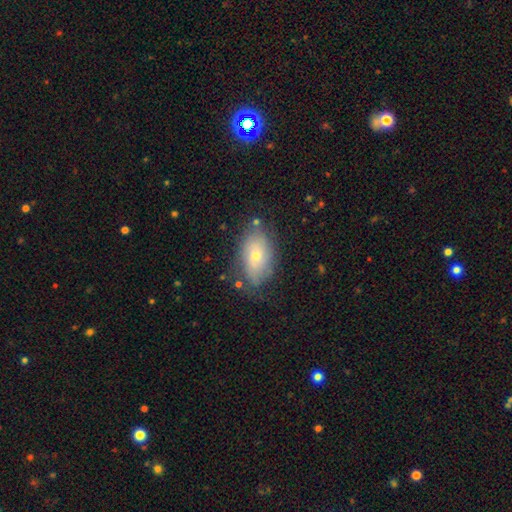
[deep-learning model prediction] smooth-or-featured: smooth: 59% | featured or disk: 32% | star or artifact: 9%
  how-rounded: in between: 90% | round: 7% | cigar-shaped: 3%
  merging: none: 71% | minor disturbance: 21% | major disturbance: 6% | merger: 3%